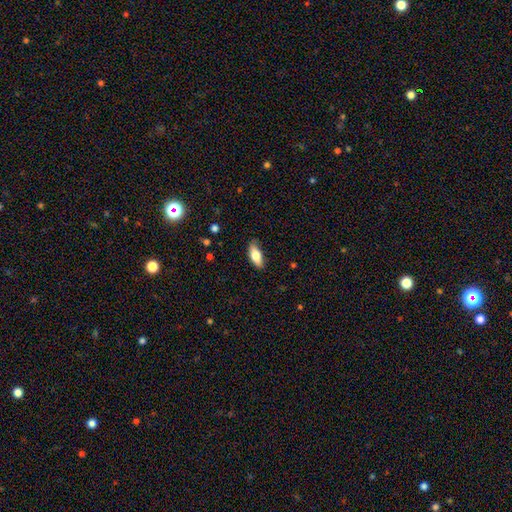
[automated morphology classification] This is likely a smooth galaxy (77%). How rounded: clearly in between (80%). Merging: clearly none (82%).